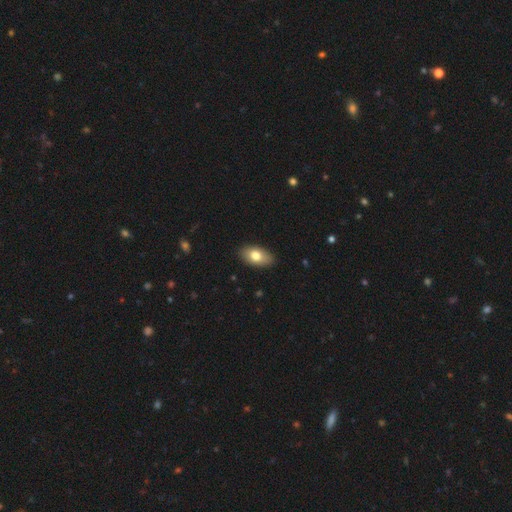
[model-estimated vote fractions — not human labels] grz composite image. It shows a smooth galaxy with no disk features (77%) that is in between round and cigar-shaped (93%). Merging: none (87%).